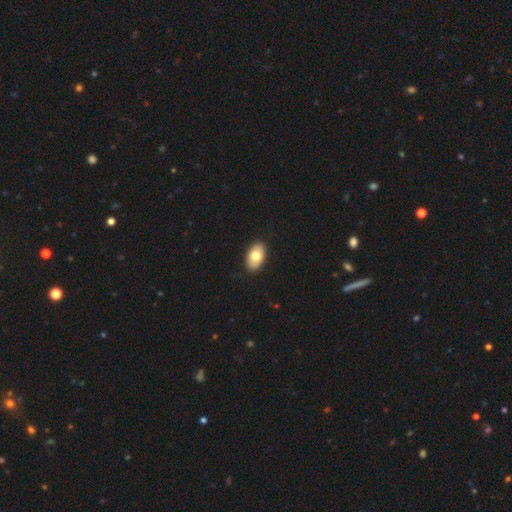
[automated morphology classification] A smooth galaxy with no disk features (74%) that is in between round and cigar-shaped (93%).

Vote fractions:
- Smooth or featured? smooth: 74% / featured or disk: 19% / star or artifact: 7%
- How rounded? in between: 93% / round: 6% / cigar-shaped: 1%
- Merging? none: 89% / minor disturbance: 8% / major disturbance: 2% / merger: 1%